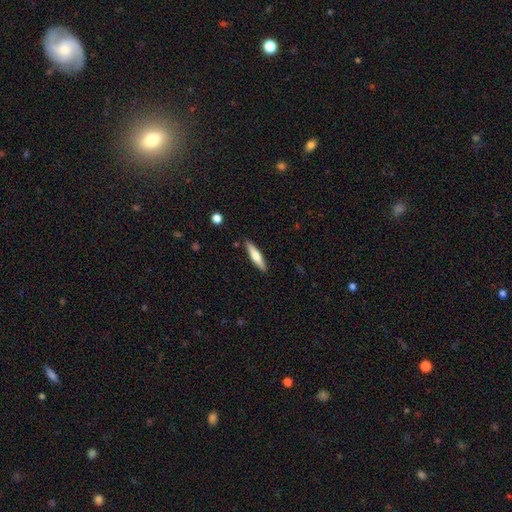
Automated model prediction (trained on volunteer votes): smooth 57%, featured or disk 37%, star or artifact 6%. Down the decision tree: how rounded — cigar-shaped (82%); merging — none (88%).